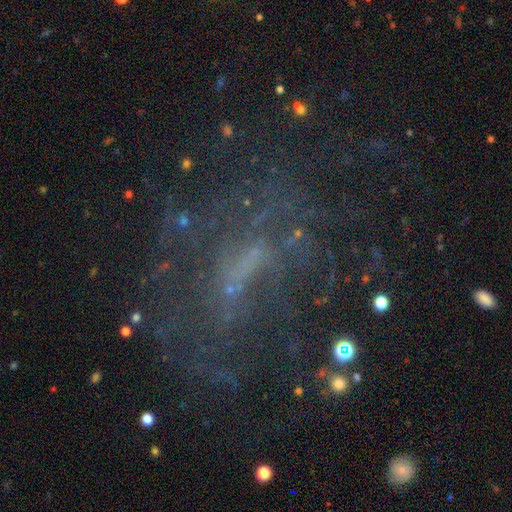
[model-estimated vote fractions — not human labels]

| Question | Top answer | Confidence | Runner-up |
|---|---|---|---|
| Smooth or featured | featured or disk | 44% | star or artifact (40%) |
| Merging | none | 51% | major disturbance (26%) |